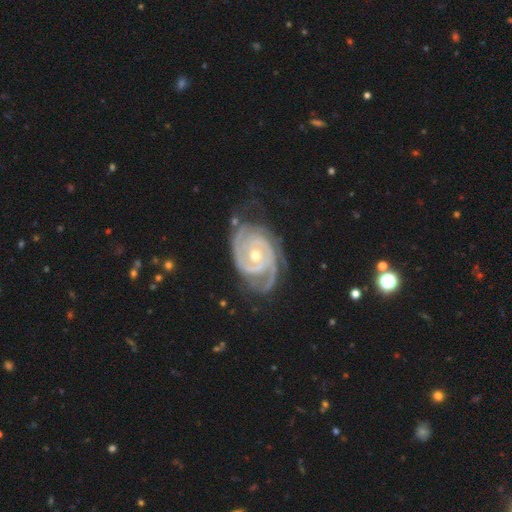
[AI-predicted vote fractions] This appears to be a featured or disk galaxy (93%) with no bar (65%), 2 (47%) tight (72%) spiral arms (98%) and a moderate central bulge (58%). Merging: none (66%).